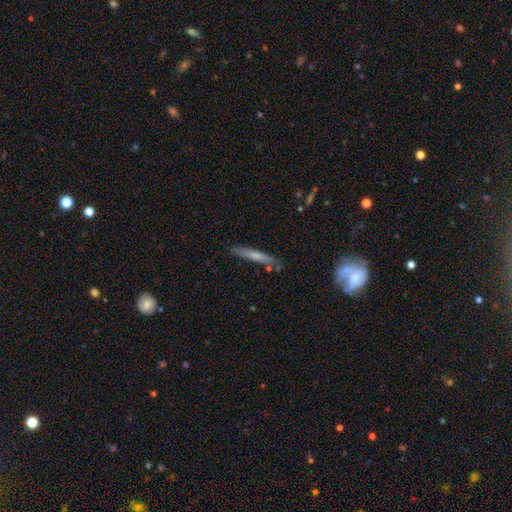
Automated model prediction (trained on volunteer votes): smooth 59%, featured or disk 34%, star or artifact 6%. Down the decision tree: how rounded — cigar-shaped (93%); merging — none (82%).